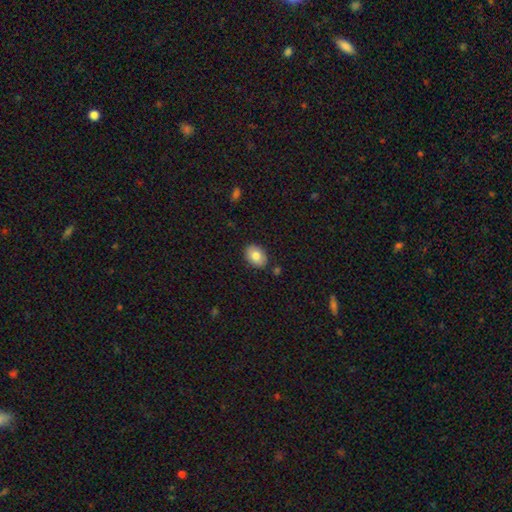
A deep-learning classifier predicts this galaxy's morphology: Smooth or featured? smooth (81%)
How rounded? in between (79%)
Merging? none (86%)